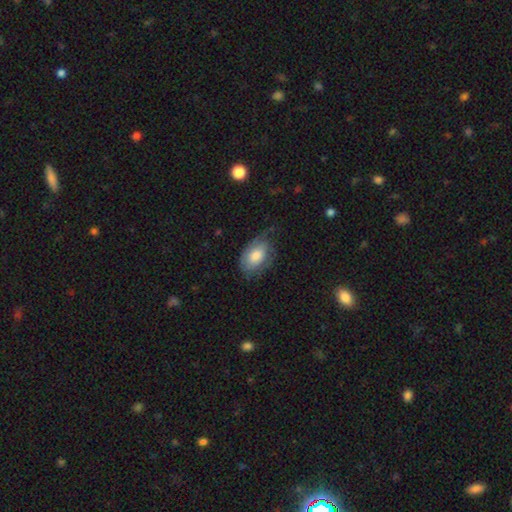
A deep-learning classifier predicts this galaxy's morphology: Smooth or featured?
  - smooth: 67% *
  - featured or disk: 27%
  - star or artifact: 7%
How rounded?
  - in between: 90% *
  - round: 9%
  - cigar-shaped: 1%
Merging?
  - none: 59% *
  - minor disturbance: 28%
  - major disturbance: 11%
  - merger: 1%